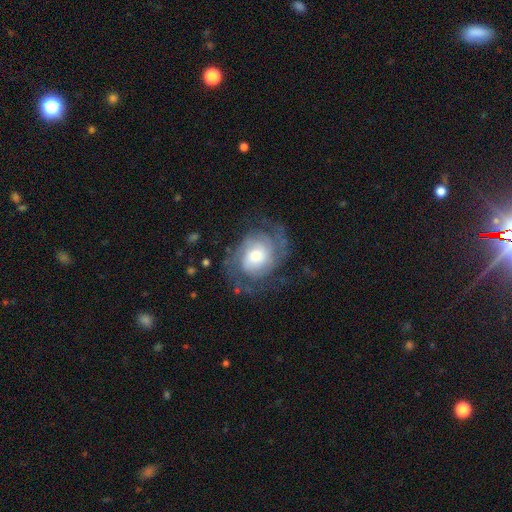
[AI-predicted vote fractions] Smooth or featured? Predicted: featured or disk (p=0.80). Edge-on disk? Predicted: no (p=0.97). Bar? Predicted: no (p=0.71). Spiral arms? Predicted: yes (p=0.93). Spiral winding? Predicted: tight (p=0.53). Spiral arm count? Predicted: 2 (p=0.37). Bulge size? Predicted: moderate (p=0.52). Merging? Predicted: none (p=0.66).